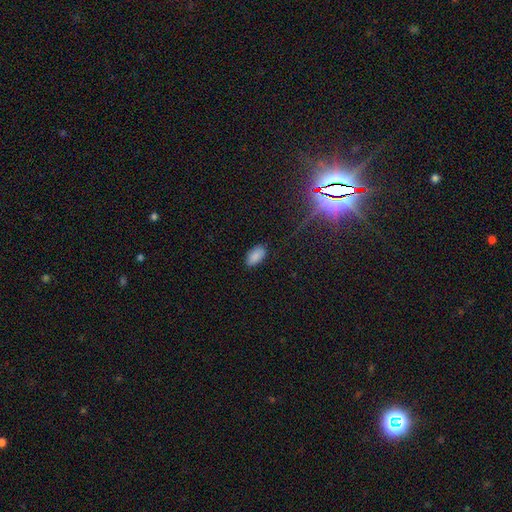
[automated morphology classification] This appears to be a smooth galaxy with no disk features (86%) that is in between round and cigar-shaped (95%). Merging: none (84%).